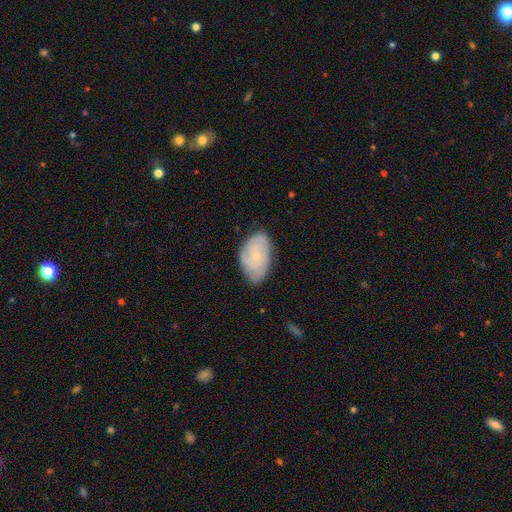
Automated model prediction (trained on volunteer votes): Morphology: type=featured or disk (52%); edge-on=no (96%); merging=none (70%).